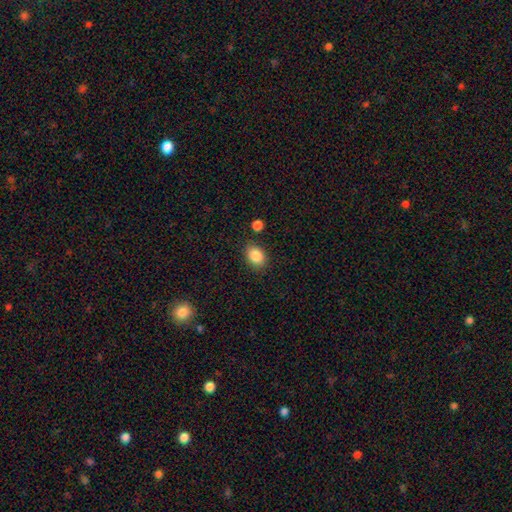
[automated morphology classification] smooth-or-featured: smooth: 87% | star or artifact: 8% | featured or disk: 5%
  how-rounded: in between: 69% | round: 30% | cigar-shaped: 1%
  merging: none: 80% | minor disturbance: 12% | merger: 4% | major disturbance: 3%